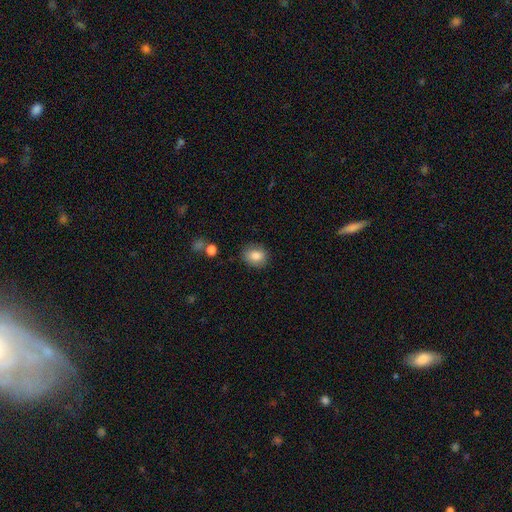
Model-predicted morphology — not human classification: A smooth galaxy with no disk features (83%) that is round (54%). Merging: none (84%).